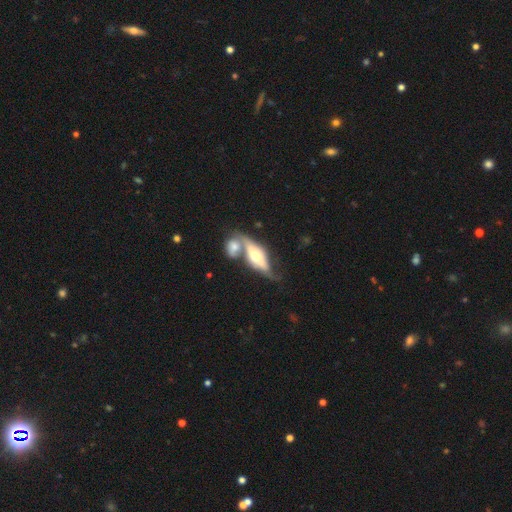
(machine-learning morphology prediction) Smooth or featured: featured or disk — 56% (smooth — 38%)
Edge-on disk: yes — 56% (no — 44%)
Merging: merger — 50% (none — 28%)